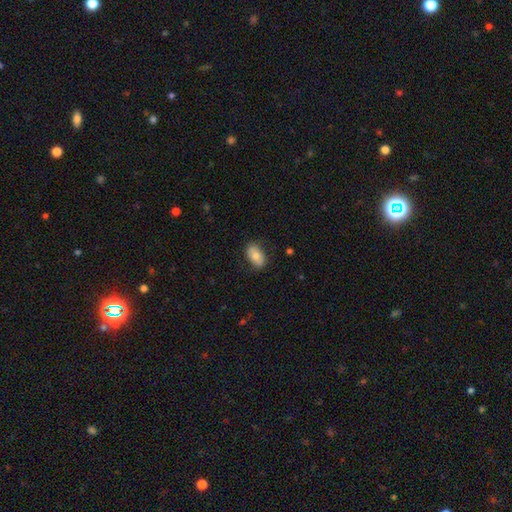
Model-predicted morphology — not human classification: type=smooth (76%); roundness=in between (92%); merging=none (79%).